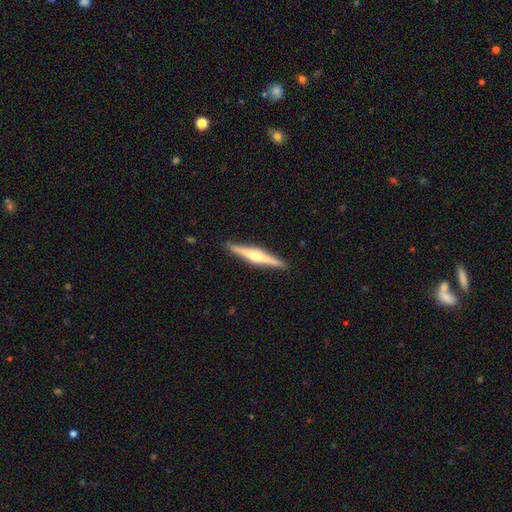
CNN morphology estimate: The model was most divided on "smooth or featured": featured or disk: 72%, smooth: 23%, star or artifact: 5%. More confident: edge-on disk — yes (98%); merging — none (91%); edge-on bulge — rounded (87%).